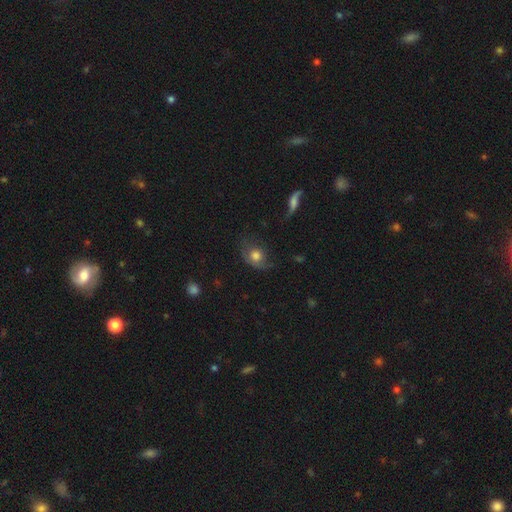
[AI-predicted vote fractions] smooth-or-featured: smooth: 67% | featured or disk: 24% | star or artifact: 9%
  how-rounded: round: 50% | in between: 49% | cigar-shaped: 2%
  merging: none: 44% | minor disturbance: 28% | major disturbance: 25% | merger: 3%